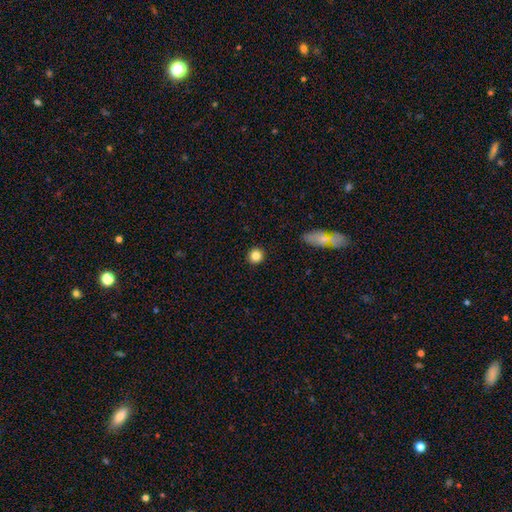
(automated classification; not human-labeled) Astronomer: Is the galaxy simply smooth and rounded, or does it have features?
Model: smooth — 84%.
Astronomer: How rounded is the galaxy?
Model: round — 92%.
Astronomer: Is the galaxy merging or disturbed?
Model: none — 92%.